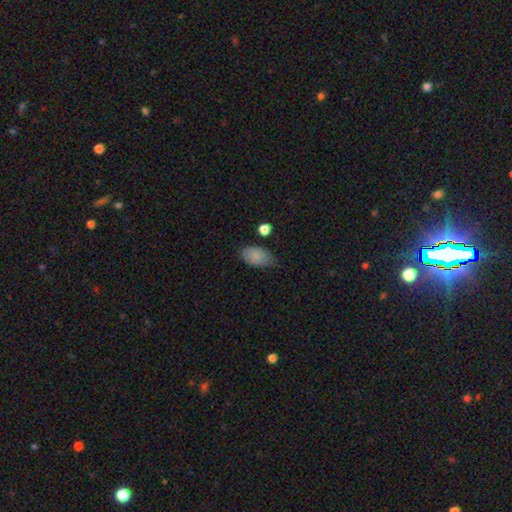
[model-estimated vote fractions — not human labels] Smooth or featured: smooth — 83% (featured or disk — 9%)
How rounded: in between — 92% (round — 6%)
Merging: none — 64% (minor disturbance — 27%)